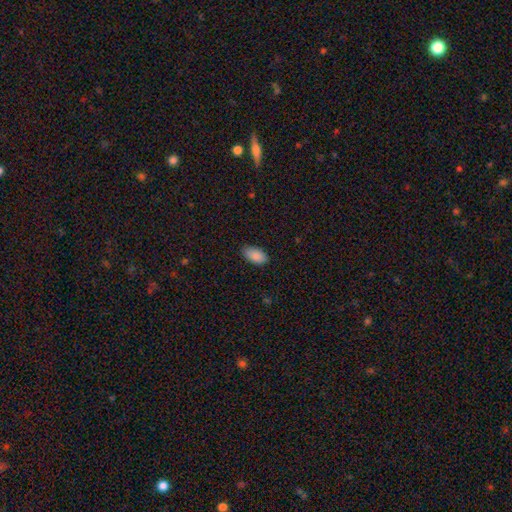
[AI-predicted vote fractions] smooth-or-featured: smooth: 89% | star or artifact: 7% | featured or disk: 4%
  how-rounded: in between: 94% | round: 3% | cigar-shaped: 3%
  merging: none: 85% | minor disturbance: 12% | major disturbance: 2% | merger: 1%